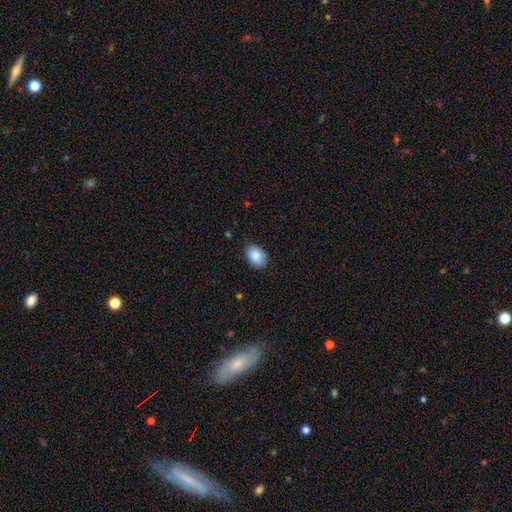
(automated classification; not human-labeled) Q: Smooth or featured?
A: smooth (87%); runner-up: star or artifact (7%)
Q: How rounded?
A: in between (86%); runner-up: round (13%)
Q: Merging?
A: none (86%); runner-up: minor disturbance (11%)